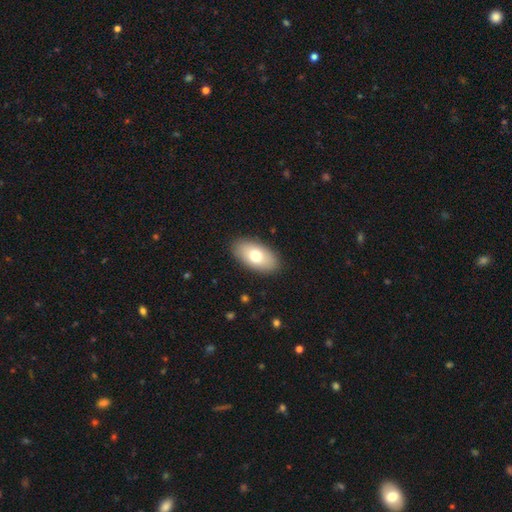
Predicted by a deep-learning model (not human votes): A smooth galaxy with no disk features (73%) that is in between round and cigar-shaped (94%). Merging: none (89%).